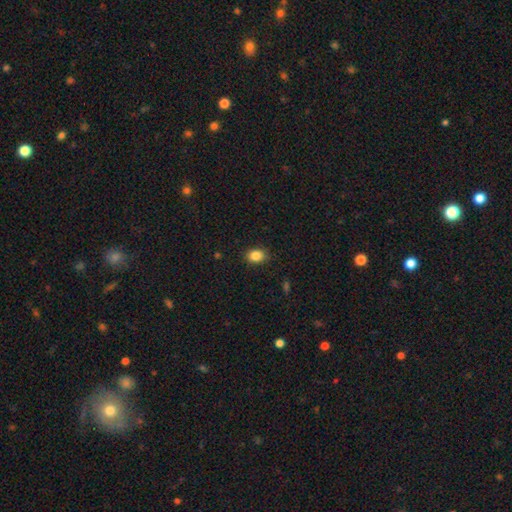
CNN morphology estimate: Smooth or featured? Predicted: smooth (p=0.86). How rounded? Predicted: in between (p=0.66). Merging? Predicted: none (p=0.87).